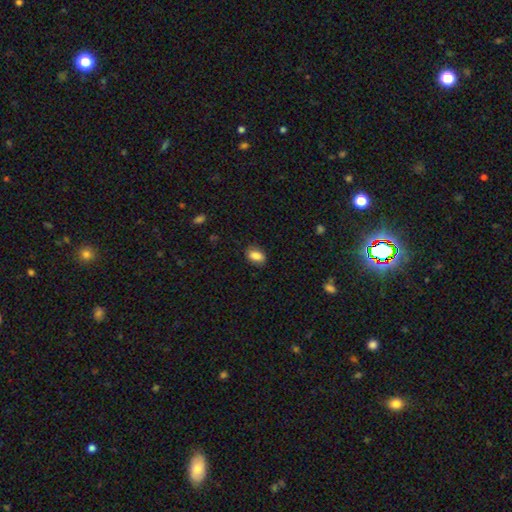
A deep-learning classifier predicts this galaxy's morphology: Smooth or featured? Predicted: smooth (p=0.86). How rounded? Predicted: in between (p=0.88). Merging? Predicted: none (p=0.82).